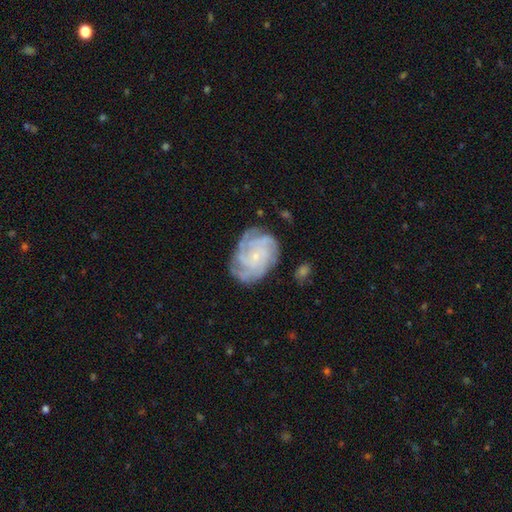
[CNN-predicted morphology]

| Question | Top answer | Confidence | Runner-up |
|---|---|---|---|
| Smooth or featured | featured or disk | 84% | smooth (9%) |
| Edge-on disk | no | 98% | yes (2%) |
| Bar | no | 76% | weak (20%) |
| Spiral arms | yes | 97% | no (3%) |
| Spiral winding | tight | 67% | medium (28%) |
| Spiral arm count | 4 | 42% | can't tell (18%) |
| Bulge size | small | 81% | moderate (13%) |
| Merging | none | 75% | minor disturbance (17%) |